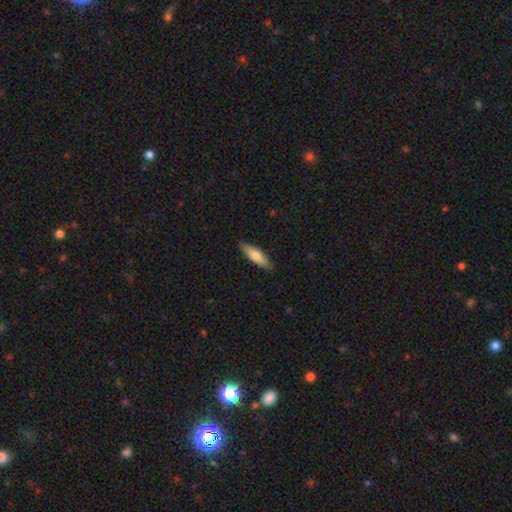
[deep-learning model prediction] This appears to be a smooth galaxy with no disk features (69%) that is cigar-shaped (59%). Merging: none (88%).